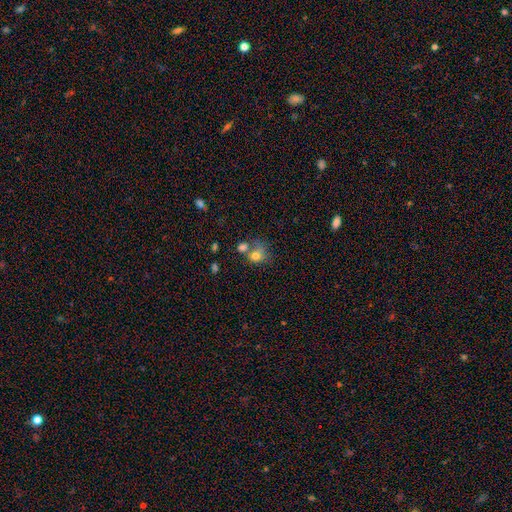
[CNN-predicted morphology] type=smooth (74%); roundness=round (64%); merging=merger (38%).